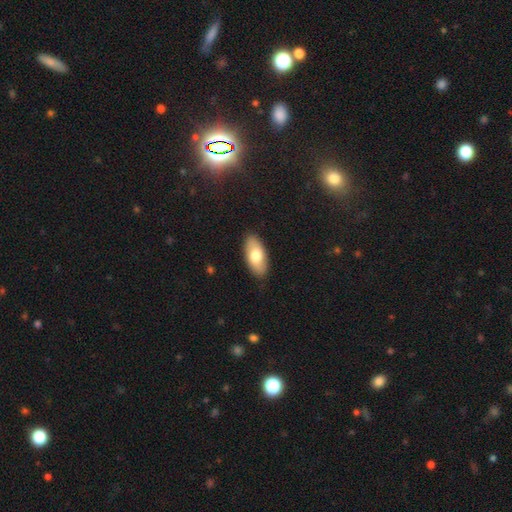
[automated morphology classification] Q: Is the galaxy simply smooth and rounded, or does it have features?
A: smooth — 73%.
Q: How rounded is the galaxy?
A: in between — 91%.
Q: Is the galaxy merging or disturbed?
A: none — 88%.